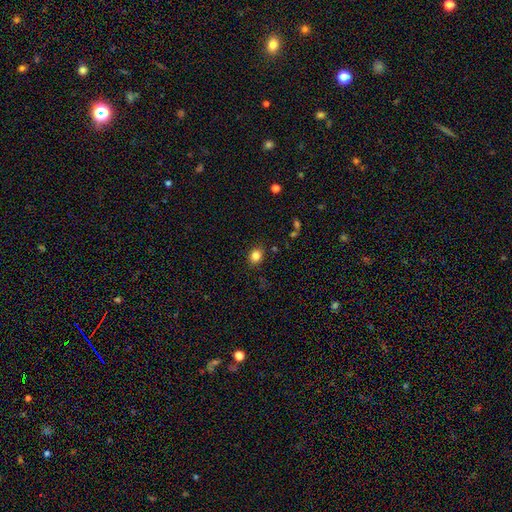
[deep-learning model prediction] This is clearly a smooth galaxy (83%). How rounded: possibly round (52%). Merging: clearly none (86%).